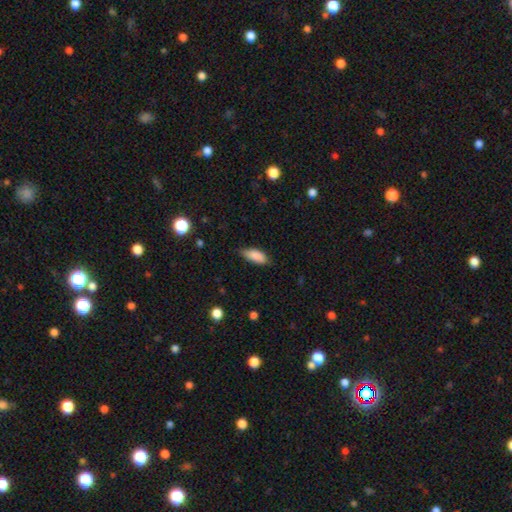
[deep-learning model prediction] Smooth or featured? Predicted: smooth (p=0.87). How rounded? Predicted: in between (p=0.83). Merging? Predicted: none (p=0.71).